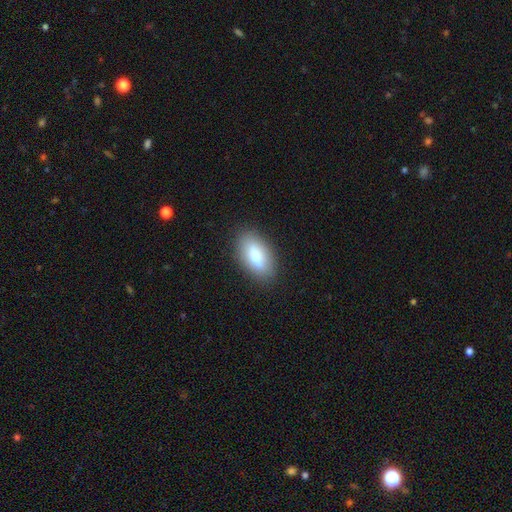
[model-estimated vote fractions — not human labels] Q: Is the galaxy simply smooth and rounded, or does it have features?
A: smooth — 83%.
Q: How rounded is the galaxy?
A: in between — 89%.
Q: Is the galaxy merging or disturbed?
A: none — 85%.